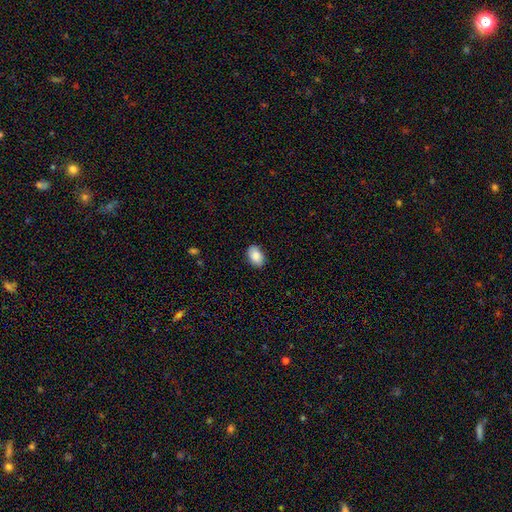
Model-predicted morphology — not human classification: smooth_or_featured: smooth (p=0.87) [alt: star or artifact p=0.07]
how_rounded: in between (p=0.89) [alt: round p=0.10]
merging: none (p=0.88) [alt: minor disturbance p=0.09]